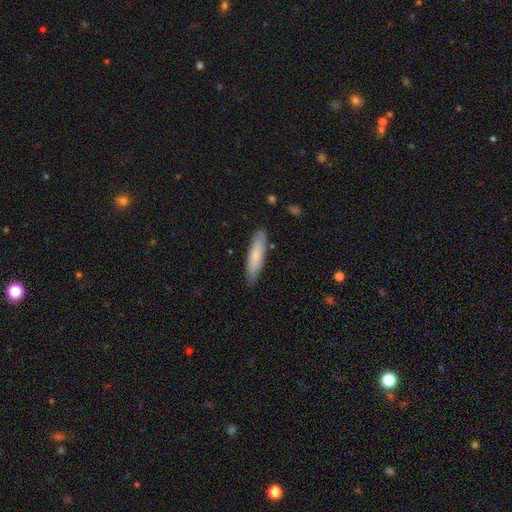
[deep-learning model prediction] Smooth or featured? Predicted: smooth (p=0.78). How rounded? Predicted: cigar-shaped (p=0.75). Merging? Predicted: none (p=0.85).